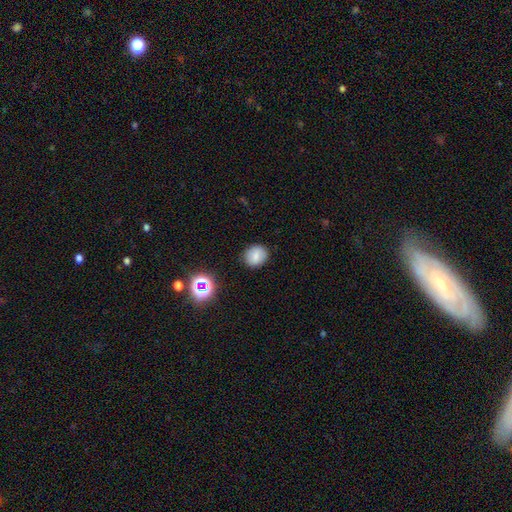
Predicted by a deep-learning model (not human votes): Morphology: type=smooth (77%); roundness=round (69%); merging=none (86%).